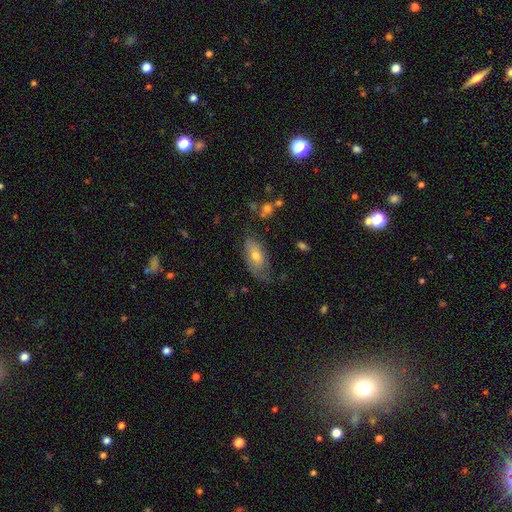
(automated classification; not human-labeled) Smooth or featured: smooth — 61% (featured or disk — 31%)
How rounded: in between — 87% (cigar-shaped — 8%)
Merging: none — 50% (minor disturbance — 33%)